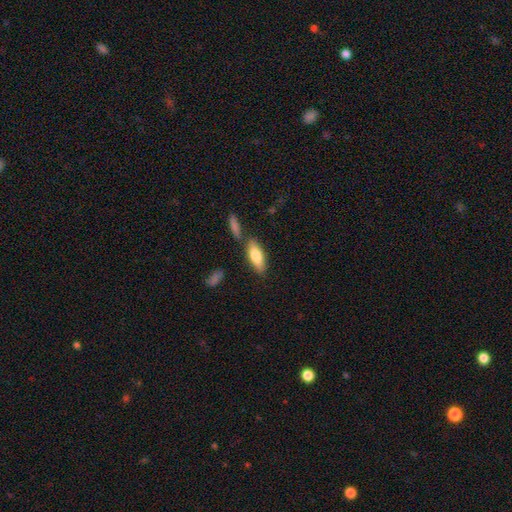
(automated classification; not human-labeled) Smooth or featured? smooth (75%)
How rounded? in between (63%)
Merging? none (71%)